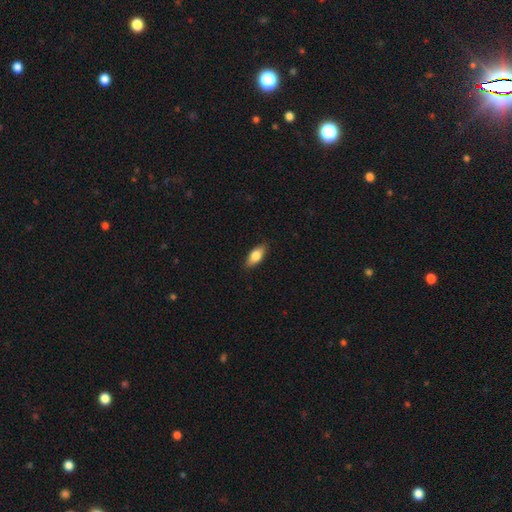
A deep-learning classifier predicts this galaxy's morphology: Smooth or featured: smooth — 76% (featured or disk — 18%)
How rounded: in between — 81% (cigar-shaped — 16%)
Merging: none — 87% (minor disturbance — 10%)